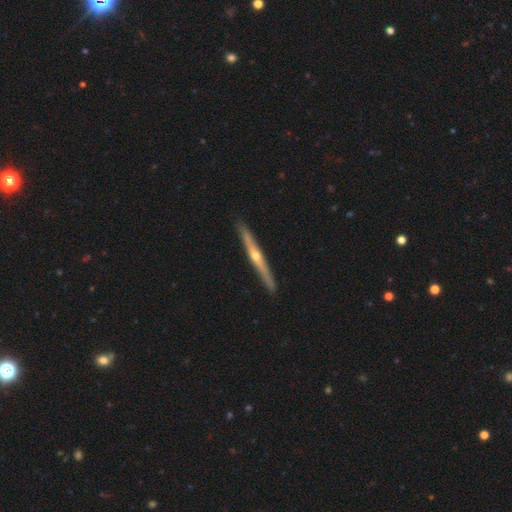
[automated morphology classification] type=featured or disk (78%); edge-on=yes (97%); edge-on bulge=rounded (86%); merging=none (92%).